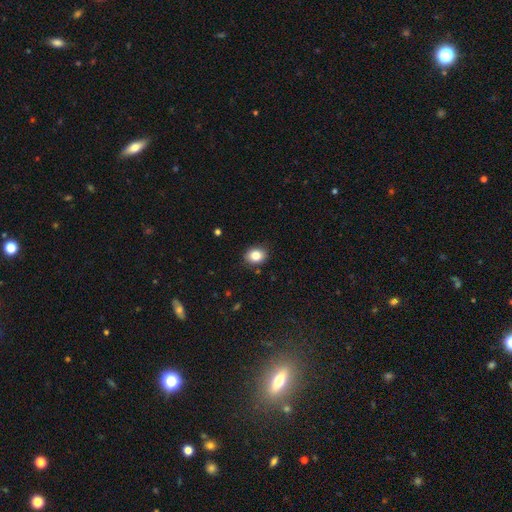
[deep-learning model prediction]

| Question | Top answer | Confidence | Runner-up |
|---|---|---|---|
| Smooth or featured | smooth | 83% | star or artifact (9%) |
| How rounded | in between | 55% | round (44%) |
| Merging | none | 88% | minor disturbance (9%) |